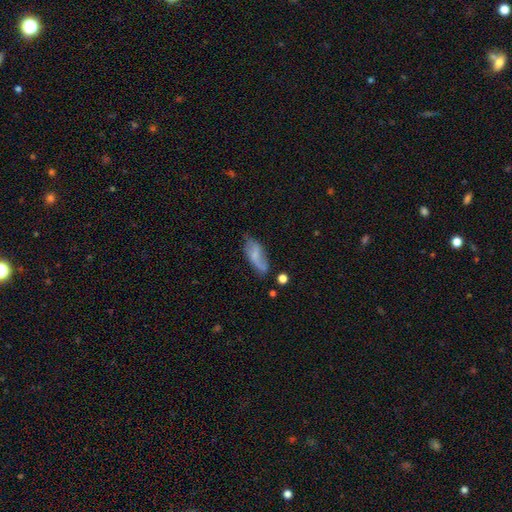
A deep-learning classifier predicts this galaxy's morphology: This is possibly a smooth galaxy (55%). How rounded: likely in between (79%). Merging: possibly none (54%).